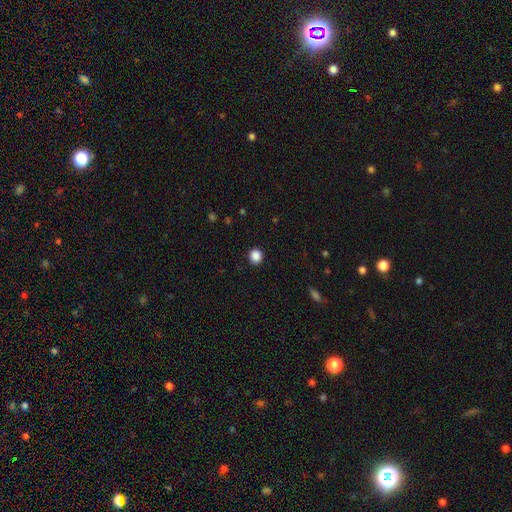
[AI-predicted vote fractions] Q: Smooth or featured?
A: smooth (87%); runner-up: star or artifact (10%)
Q: How rounded?
A: round (85%); runner-up: in between (14%)
Q: Merging?
A: none (92%); runner-up: minor disturbance (5%)